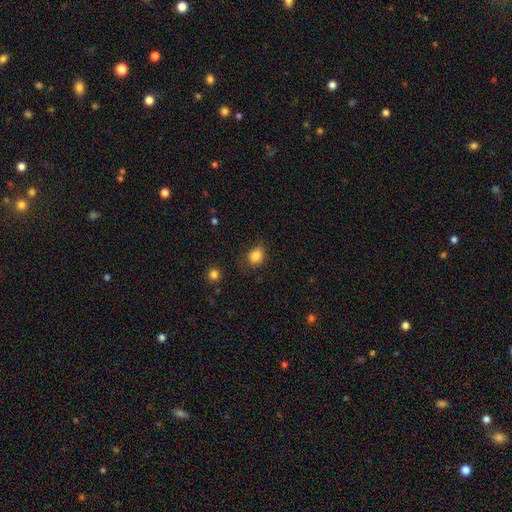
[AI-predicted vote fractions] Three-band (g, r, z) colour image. It shows a smooth galaxy with no disk features (84%) that is in between round and cigar-shaped (54%). Merging: none (64%).